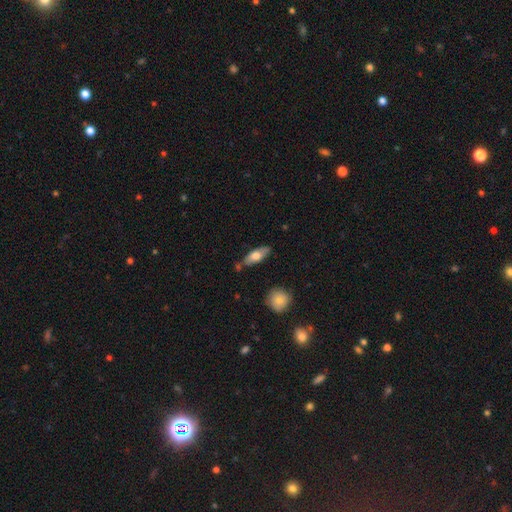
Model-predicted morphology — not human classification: smooth 63%, featured or disk 31%, star or artifact 6%. Down the decision tree: how rounded — in between (66%); merging — none (77%).